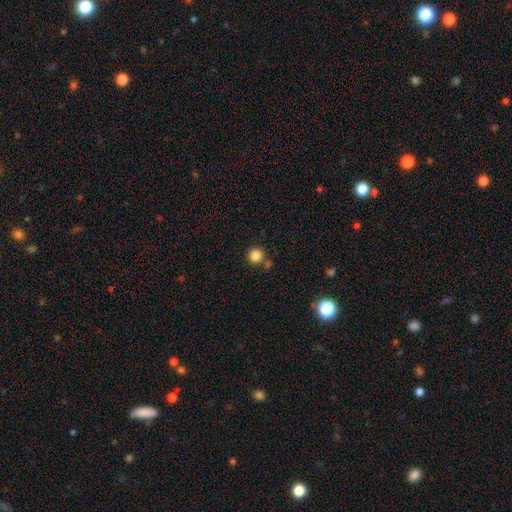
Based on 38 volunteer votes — Morphology: type=smooth (89%); roundness=round (97%); merging=none (74%).